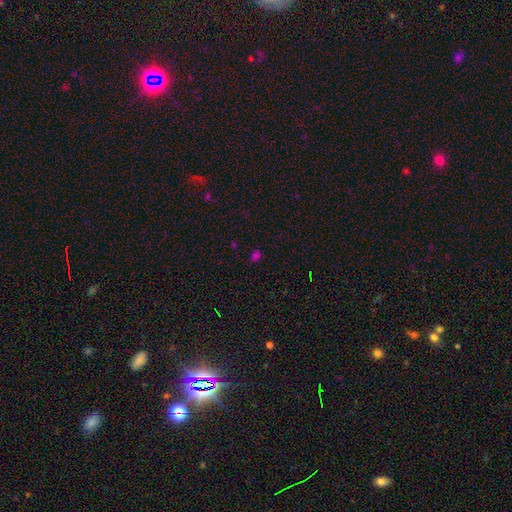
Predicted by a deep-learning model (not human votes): This appears to be a smooth galaxy with no disk features (64%) that is in between round and cigar-shaped (73%). Merging: none (79%).